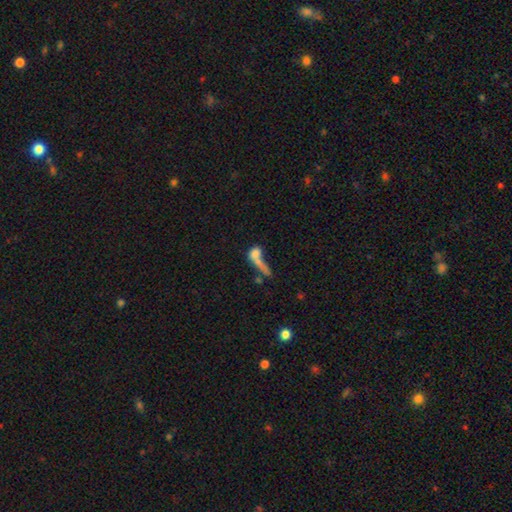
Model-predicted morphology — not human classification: type=smooth (61%); roundness=in between (41%); merging=merger (45%).